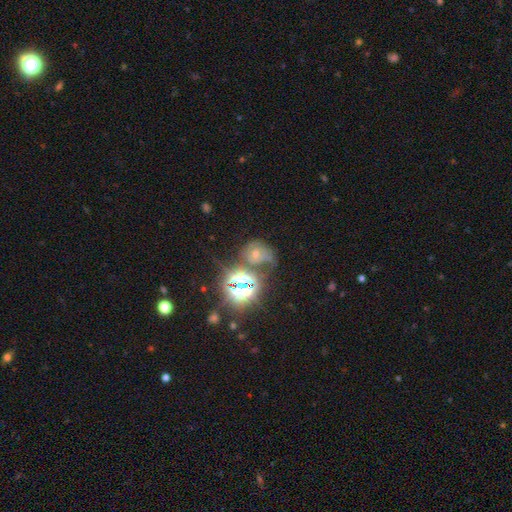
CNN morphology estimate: This is marginally a star or artifact rather than a galaxy (37%, tied with featured or disk).